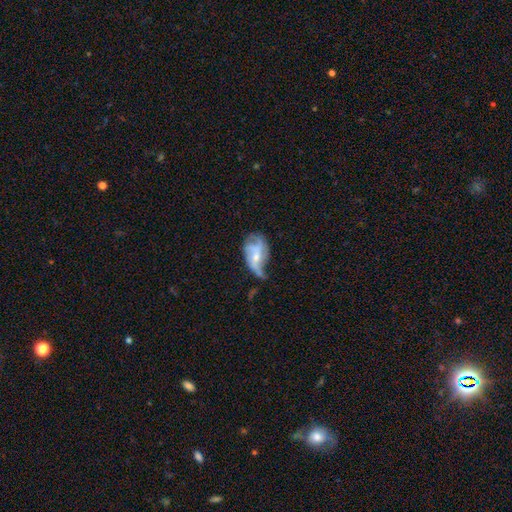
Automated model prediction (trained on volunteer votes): Smooth or featured? featured or disk (68%)
Edge-on disk? no (95%)
Bar? no (51%)
Spiral arms? yes (76%)
Bulge size? small (53%)
Merging? major disturbance (35%)